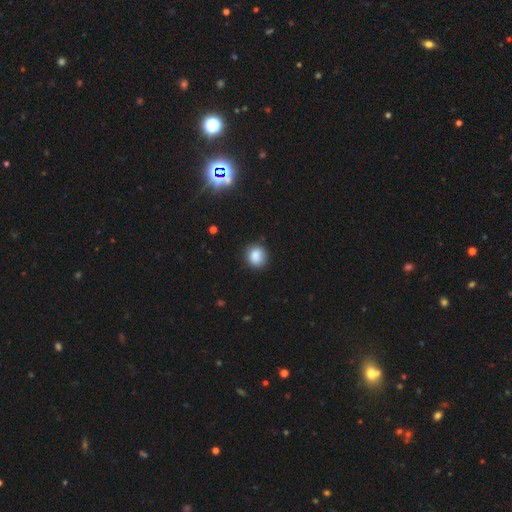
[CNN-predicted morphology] smooth 85%, star or artifact 10%, featured or disk 5%. Down the decision tree: how rounded — round (82%); merging — none (84%).